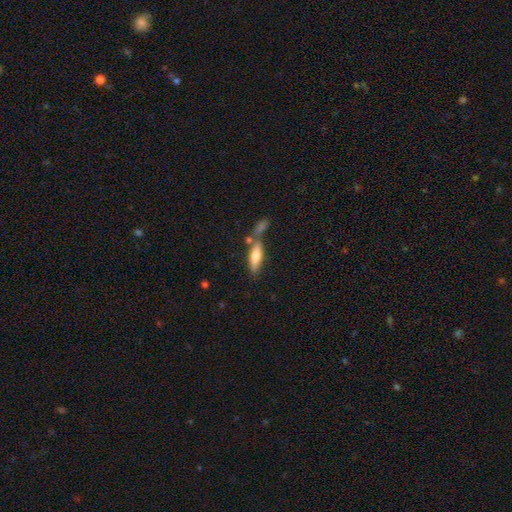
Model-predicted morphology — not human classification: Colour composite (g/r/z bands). It shows a smooth galaxy with no disk features (69%) that is cigar-shaped (56%). Merging: none (53%).